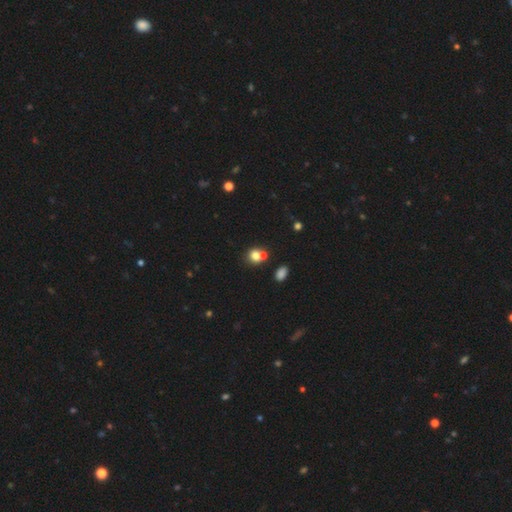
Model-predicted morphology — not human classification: Smooth or featured? Predicted: smooth (p=0.78). How rounded? Predicted: round (p=0.72). Merging? Predicted: none (p=0.48).